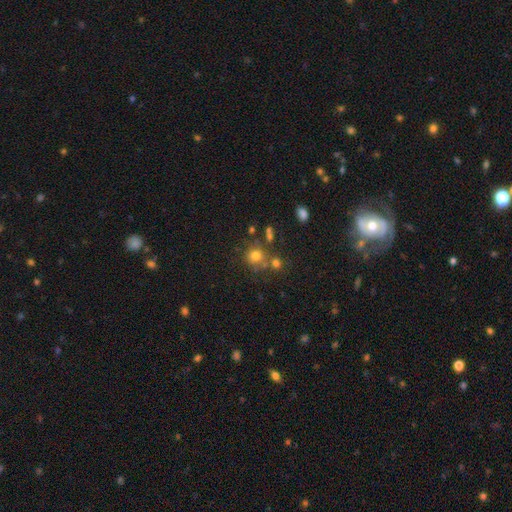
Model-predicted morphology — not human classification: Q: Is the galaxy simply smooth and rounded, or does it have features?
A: smooth — 73%.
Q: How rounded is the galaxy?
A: round — 84%.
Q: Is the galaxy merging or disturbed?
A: none — 59%.